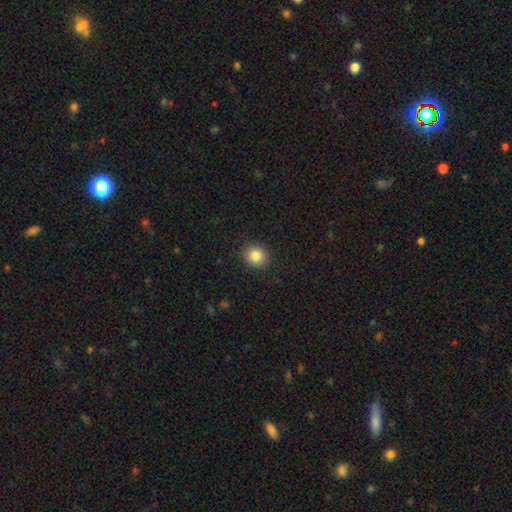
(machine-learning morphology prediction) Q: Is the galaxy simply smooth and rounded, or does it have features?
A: smooth — 85%.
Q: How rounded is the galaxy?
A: round — 84%.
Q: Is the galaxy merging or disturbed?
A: none — 90%.